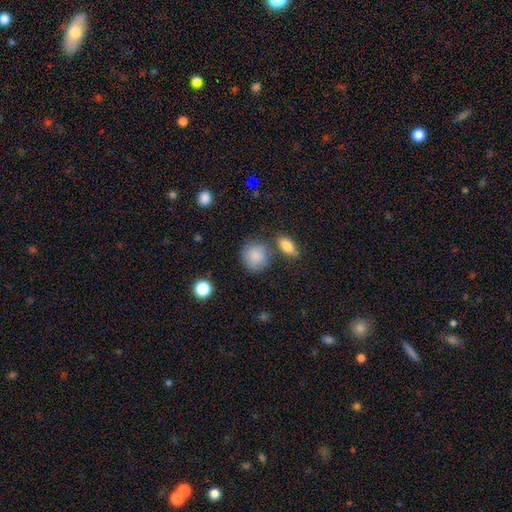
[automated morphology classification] A smooth galaxy with no disk features (86%) that is round (83%). Merging: none (73%).